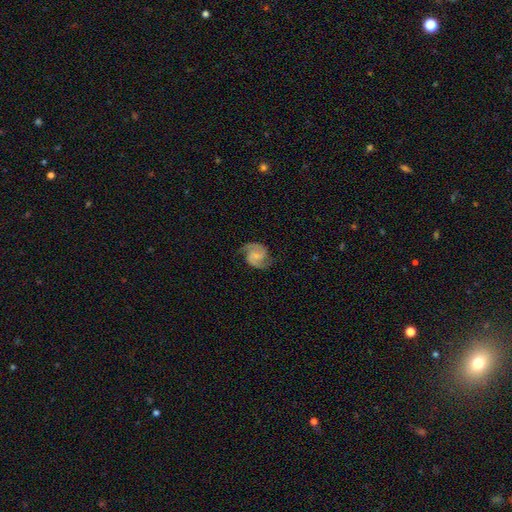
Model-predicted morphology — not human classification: smooth_or_featured: featured or disk (p=0.87) [alt: smooth p=0.08]
disk_edge_on: no (p=0.98) [alt: yes p=0.02]
bar: no (p=0.46) [alt: weak p=0.43]
has_spiral_arms: yes (p=0.97) [alt: no p=0.03]
spiral_winding: medium (p=0.57) [alt: loose p=0.22]
spiral_arm_count: 2 (p=0.93) [alt: can't tell p=0.02]
bulge_size: small (p=0.52) [alt: moderate p=0.24]
merging: none (p=0.80) [alt: minor disturbance p=0.14]